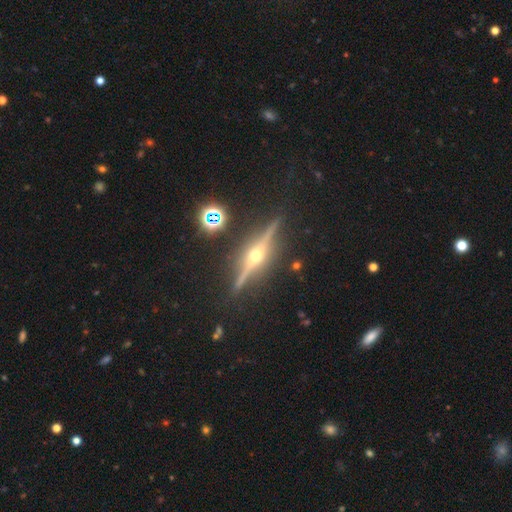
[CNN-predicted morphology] smooth_or_featured: featured or disk (p=0.84) [alt: star or artifact p=0.10]
disk_edge_on: yes (p=0.97) [alt: no p=0.03]
edge_on_bulge: rounded (p=0.96) [alt: boxy p=0.02]
merging: none (p=0.90) [alt: minor disturbance p=0.07]